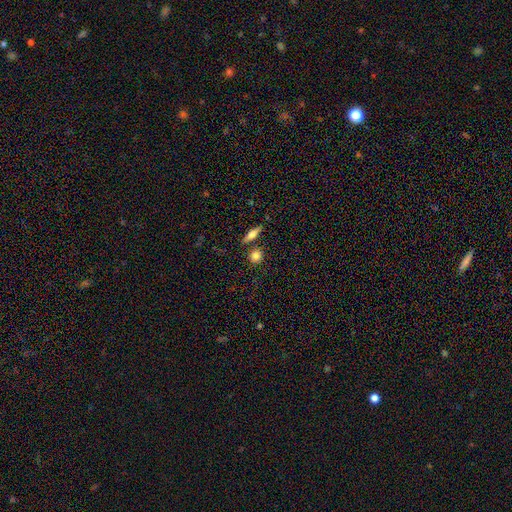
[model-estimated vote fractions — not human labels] Smooth or featured? smooth (78%)
How rounded? round (78%)
Merging? none (79%)